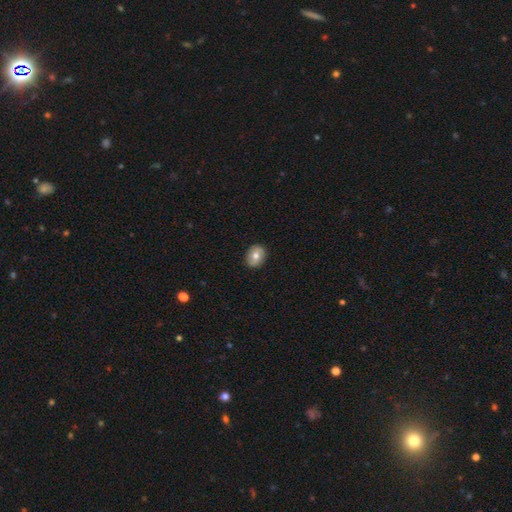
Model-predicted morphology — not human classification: Overall: smooth (67%). How rounded: round (50%; in between 49%). Merging: none (87%).